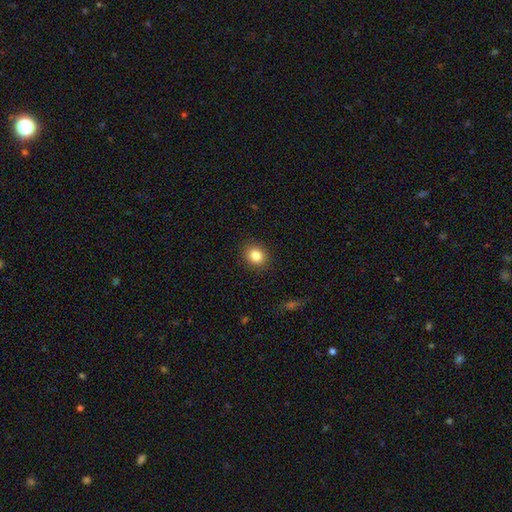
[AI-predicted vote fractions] The model was most divided on "how rounded": round: 69%, in between: 30%, cigar-shaped: 1%. More confident: merging — none (90%); smooth or featured — smooth (84%).